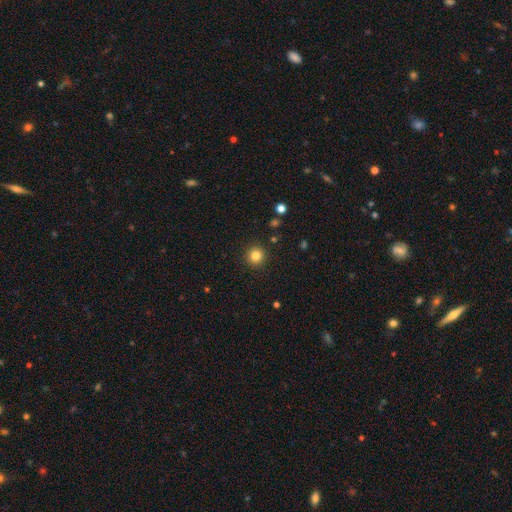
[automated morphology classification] Smooth or featured?
  - smooth: 83% *
  - star or artifact: 12%
  - featured or disk: 5%
How rounded?
  - round: 94% *
  - in between: 5%
  - cigar-shaped: 1%
Merging?
  - none: 92% *
  - minor disturbance: 5%
  - major disturbance: 2%
  - merger: 1%